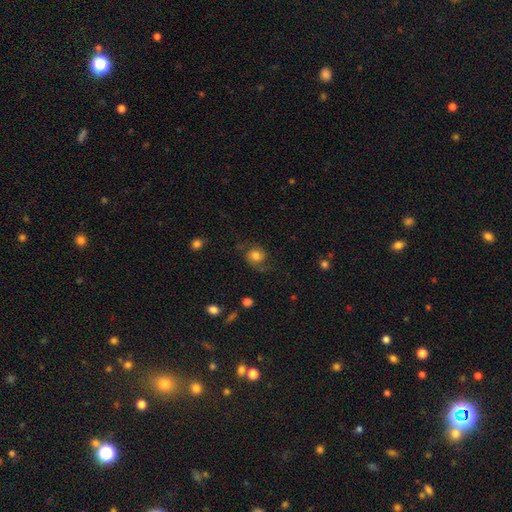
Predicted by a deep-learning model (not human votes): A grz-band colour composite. It shows a smooth galaxy with no disk features (55%) that is round (71%). Merging: none (60%).